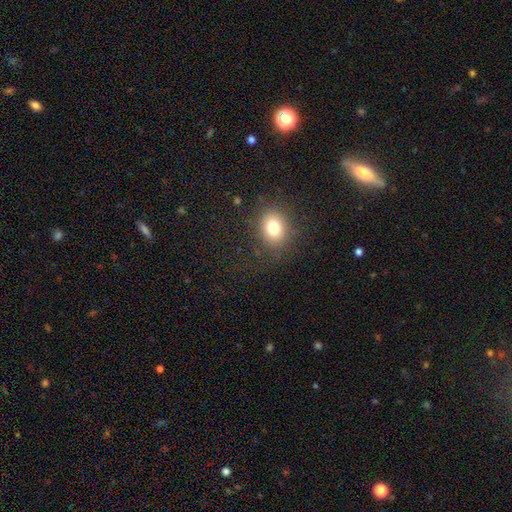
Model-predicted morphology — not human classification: smooth 60%, star or artifact 29%, featured or disk 11%. Down the decision tree: how rounded — round (70%); merging — none (77%).